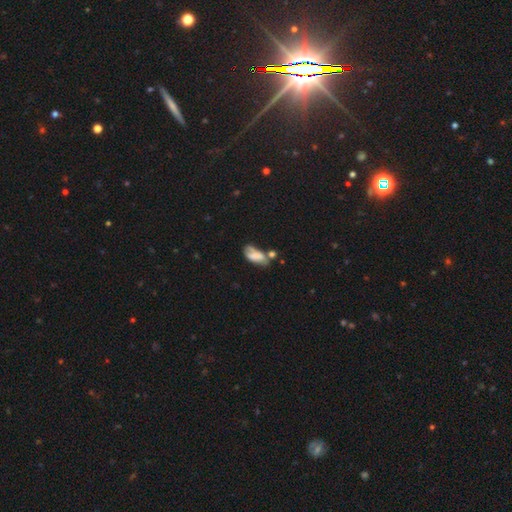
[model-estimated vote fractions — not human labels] The model was most divided on "merging": merger: 30%, none: 28%, minor disturbance: 24%, major disturbance: 18%. More confident: how rounded — in between (87%); smooth or featured — smooth (64%).